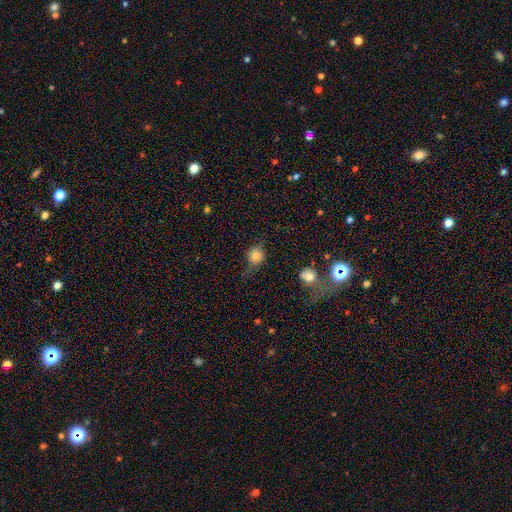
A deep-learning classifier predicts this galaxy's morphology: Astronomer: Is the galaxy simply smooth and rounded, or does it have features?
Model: smooth — 71%.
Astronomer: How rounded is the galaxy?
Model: round — 74%.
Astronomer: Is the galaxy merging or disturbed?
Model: none — 53%.